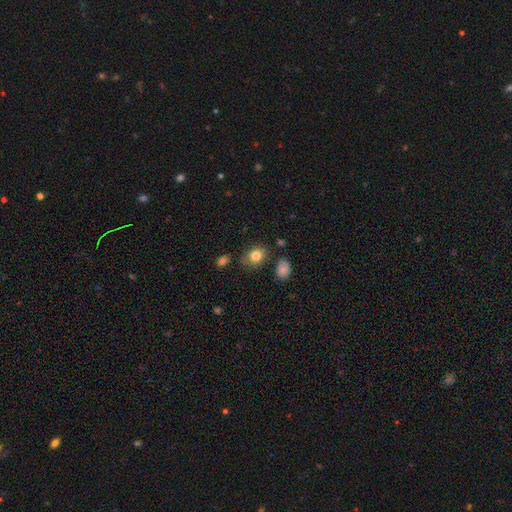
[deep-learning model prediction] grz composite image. It shows a smooth galaxy with no disk features (82%) that is in between round and cigar-shaped (65%). Merging: none (75%).